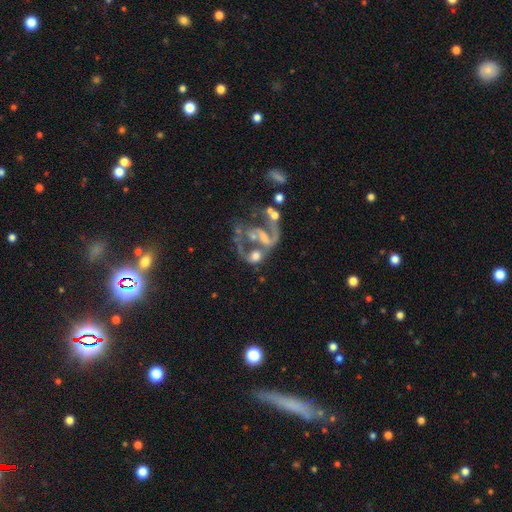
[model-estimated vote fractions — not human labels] A featured or disk galaxy (69%) with no bar (55%), spiral arms (67%) and no central bulge (32%).

Vote fractions:
- Smooth or featured? featured or disk: 69% / smooth: 19% / star or artifact: 12%
- Edge-on disk? no: 97% / yes: 3%
- Bar? no: 55% / weak: 29% / strong: 16%
- Spiral arms? yes: 67% / no: 33%
- Bulge size? none: 32% / small: 29% / moderate: 29% / large: 8% / dominant: 3%
- Merging? merger: 45% / major disturbance: 25% / none: 20% / minor disturbance: 10%